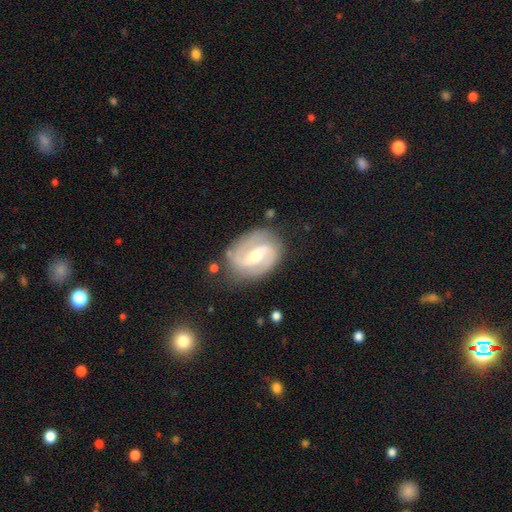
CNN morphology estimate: smooth-or-featured: featured or disk: 87% | smooth: 8% | star or artifact: 5%
  disk-edge-on: no: 97% | yes: 3%
    bar: strong: 46% | weak: 40% | no: 13%
    has-spiral-arms: yes: 96% | no: 4%
      spiral-winding: medium: 49% | tight: 33% | loose: 18%
      spiral-arm-count: 2: 90% | can't tell: 4% | 3: 2% | 1: 2% | 4: 1% | more than 4: 1%
    bulge-size: moderate: 59% | small: 35% | large: 4% | none: 1% | dominant: 1%
  merging: none: 79% | minor disturbance: 14% | major disturbance: 5% | merger: 2%